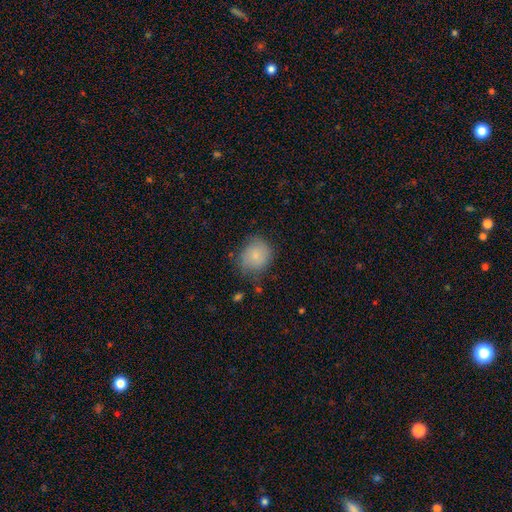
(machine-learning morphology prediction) This appears to be a smooth galaxy with no disk features (80%) that is round (76%). Merging: none (68%).